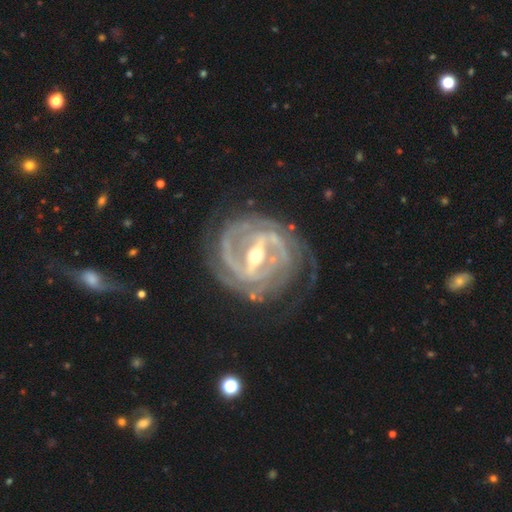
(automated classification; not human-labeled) This appears to be a featured or disk galaxy (93%) with a strong bar (74%), 2 (27%) tight (69%) spiral arms (97%) and a moderate central bulge (59%). Merging: none (73%).